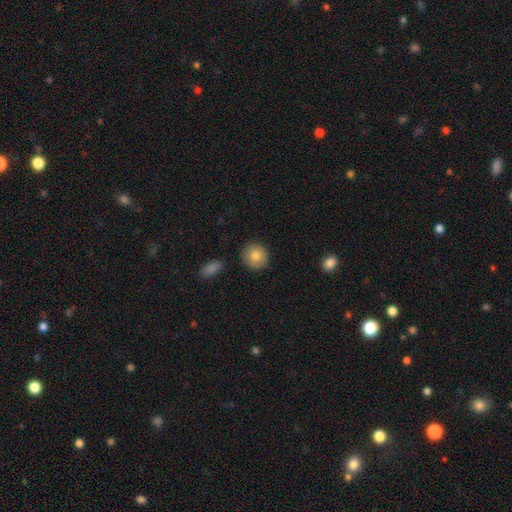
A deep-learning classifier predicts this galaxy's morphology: smooth-or-featured: smooth: 82% | featured or disk: 11% | star or artifact: 7%
  how-rounded: round: 91% | in between: 8% | cigar-shaped: 1%
  merging: none: 87% | minor disturbance: 9% | major disturbance: 2% | merger: 2%